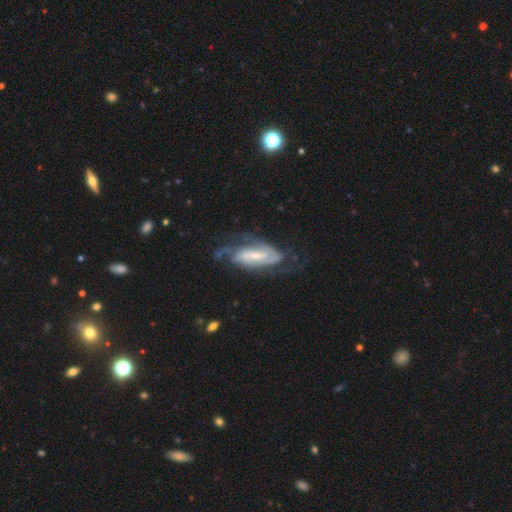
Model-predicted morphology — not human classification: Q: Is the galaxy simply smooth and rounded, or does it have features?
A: featured or disk — 86%.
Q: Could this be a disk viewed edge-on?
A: no — 92%.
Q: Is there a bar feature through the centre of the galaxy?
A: weak — 40%.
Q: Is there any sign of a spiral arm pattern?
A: yes — 96%.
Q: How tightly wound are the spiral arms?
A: tight — 46%.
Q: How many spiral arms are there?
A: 2 — 50%.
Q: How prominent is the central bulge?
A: small — 53%.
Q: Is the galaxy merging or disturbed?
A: none — 66%.